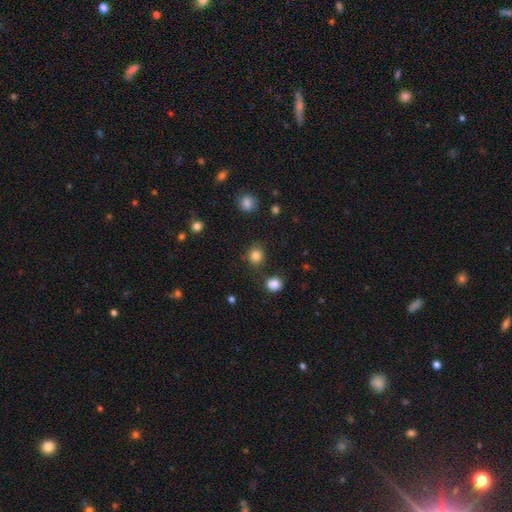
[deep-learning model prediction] A smooth galaxy with no disk features (83%) that is round (83%).

Vote fractions:
- Smooth or featured? smooth: 83% / star or artifact: 12% / featured or disk: 5%
- How rounded? round: 83% / in between: 16% / cigar-shaped: 1%
- Merging? none: 79% / minor disturbance: 11% / merger: 6% / major disturbance: 4%